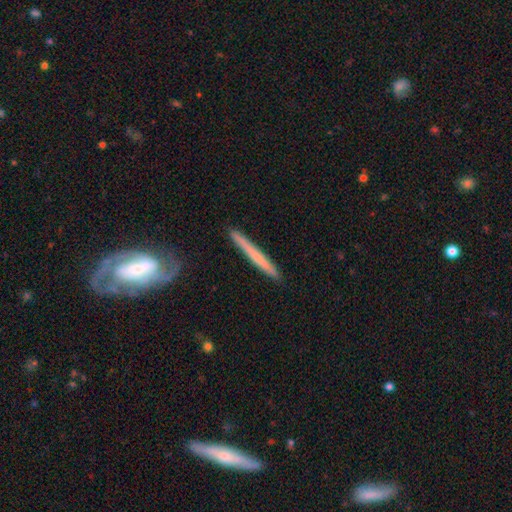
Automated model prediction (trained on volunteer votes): Smooth or featured?
  - smooth: 51% *
  - featured or disk: 44%
  - star or artifact: 5%
How rounded?
  - cigar-shaped: 96% *
  - in between: 2%
  - round: 2%
Merging?
  - none: 86% *
  - minor disturbance: 9%
  - major disturbance: 2%
  - merger: 2%